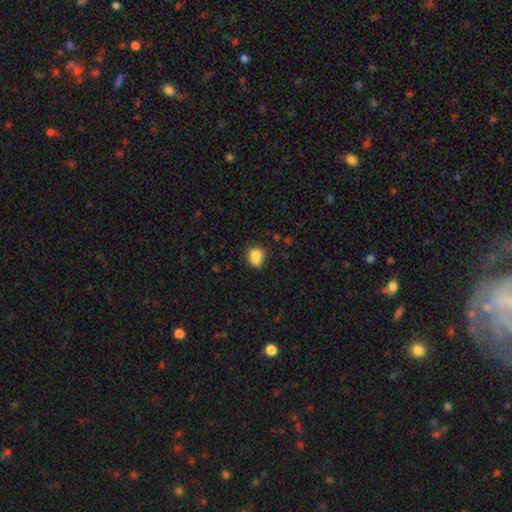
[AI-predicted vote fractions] Smooth or featured: smooth — 81% (star or artifact — 10%)
How rounded: round — 70% (in between — 29%)
Merging: none — 50% (minor disturbance — 27%)